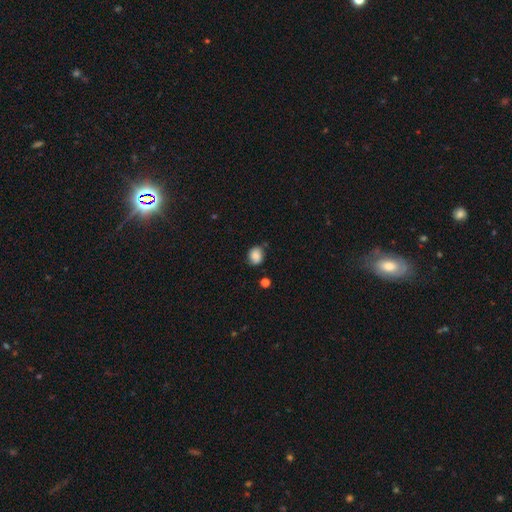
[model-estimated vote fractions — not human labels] The model was most divided on "how rounded": round: 61%, in between: 38%, cigar-shaped: 1%. More confident: smooth or featured — smooth (79%); merging — none (68%).